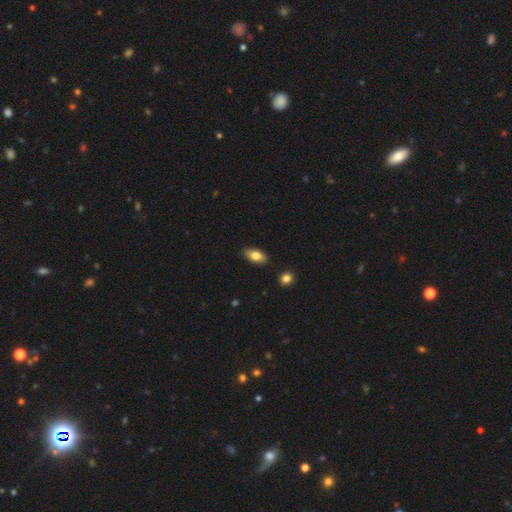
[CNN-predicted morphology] smooth 82%, featured or disk 11%, star or artifact 7%. Down the decision tree: how rounded — in between (91%); merging — none (87%).